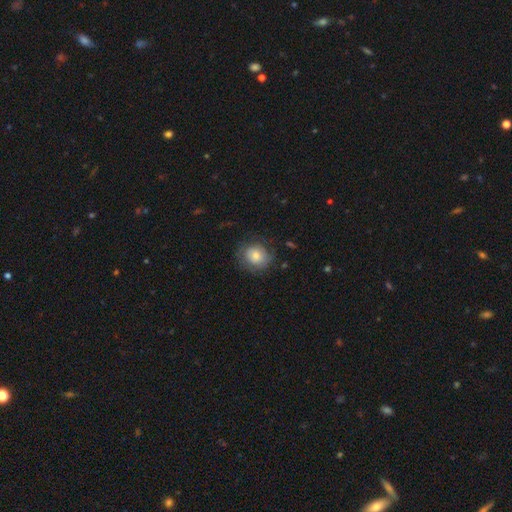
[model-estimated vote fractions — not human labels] smooth_or_featured: smooth (p=0.71) [alt: featured or disk p=0.21]
how_rounded: round (p=0.79) [alt: in between p=0.20]
merging: none (p=0.71) [alt: minor disturbance p=0.19]